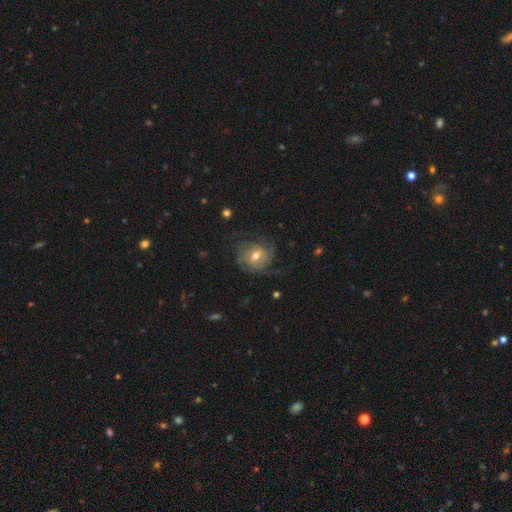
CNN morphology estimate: Smooth or featured? Predicted: featured or disk (p=0.68). Edge-on disk? Predicted: no (p=0.97). Bar? Predicted: no (p=0.52). Spiral arms? Predicted: yes (p=0.87). Spiral winding? Predicted: tight (p=0.43). Spiral arm count? Predicted: can't tell (p=0.31). Bulge size? Predicted: moderate (p=0.74). Merging? Predicted: none (p=0.61).